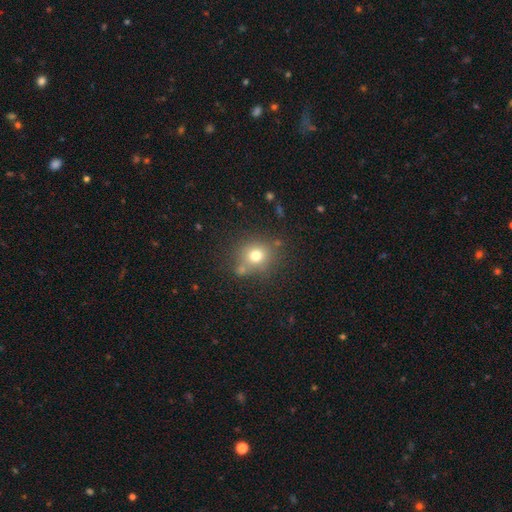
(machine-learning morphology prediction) type=smooth (74%); roundness=round (80%); merging=none (72%).